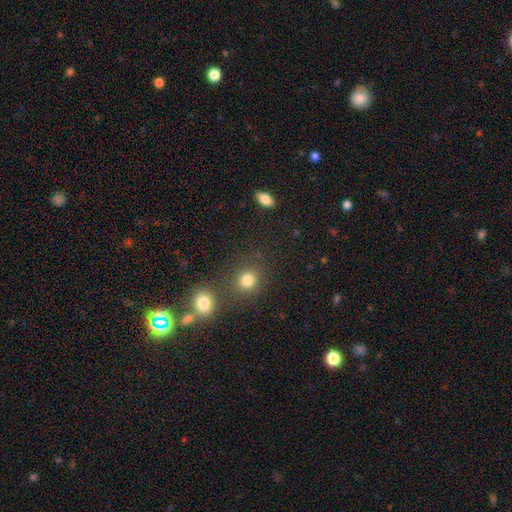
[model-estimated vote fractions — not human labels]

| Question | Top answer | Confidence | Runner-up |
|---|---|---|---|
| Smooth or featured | smooth | 55% | star or artifact (37%) |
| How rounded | round | 88% | in between (11%) |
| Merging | none | 72% | merger (16%) |